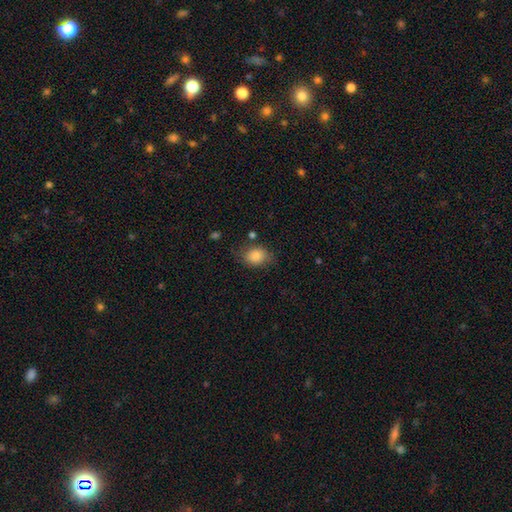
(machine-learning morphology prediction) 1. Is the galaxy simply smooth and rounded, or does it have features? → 83% smooth, 8% star or artifact, 8% featured or disk.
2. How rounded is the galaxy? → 64% in between, 34% round, 1% cigar-shaped.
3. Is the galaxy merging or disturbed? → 70% none, 21% minor disturbance, 6% major disturbance, 3% merger.